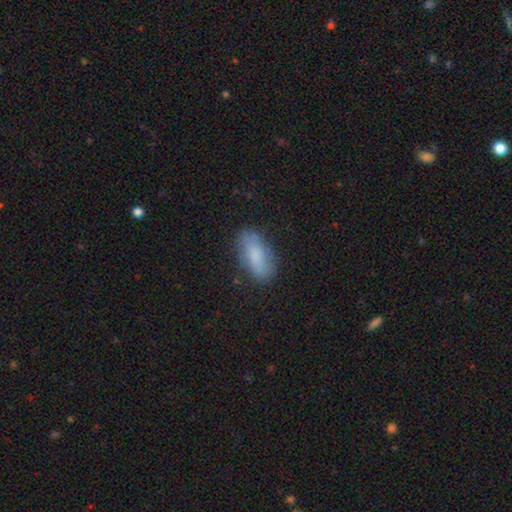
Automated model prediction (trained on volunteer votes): Overall: smooth (76%). How rounded: in between (86%). Merging: none (76%).